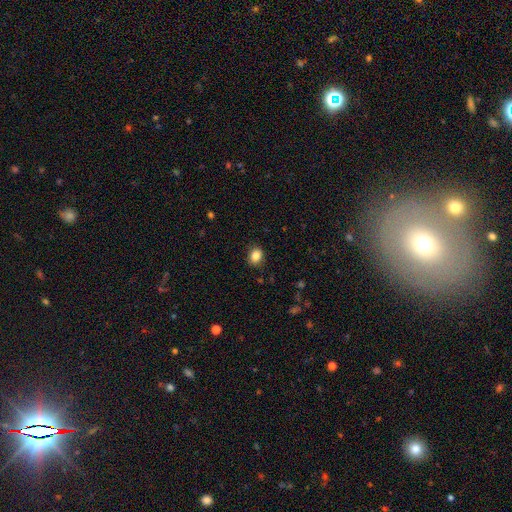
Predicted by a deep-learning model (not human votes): Q: Smooth or featured?
A: smooth (86%); runner-up: star or artifact (9%)
Q: How rounded?
A: in between (56%); runner-up: round (43%)
Q: Merging?
A: none (87%); runner-up: minor disturbance (10%)